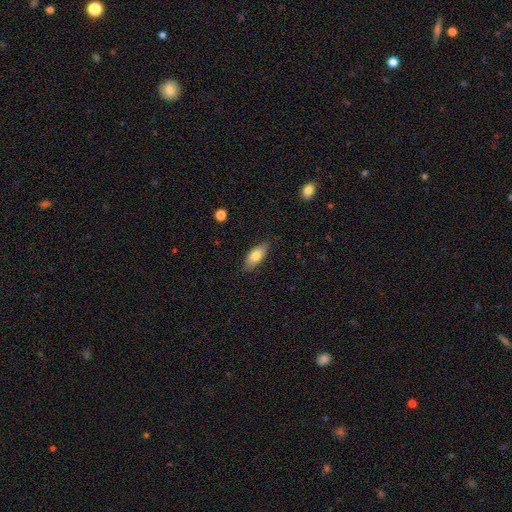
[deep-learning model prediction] A smooth galaxy with no disk features (74%) that is in between round and cigar-shaped (80%).

Vote fractions:
- Smooth or featured? smooth: 74% / featured or disk: 19% / star or artifact: 7%
- How rounded? in between: 80% / cigar-shaped: 17% / round: 3%
- Merging? none: 85% / minor disturbance: 12% / major disturbance: 2% / merger: 1%